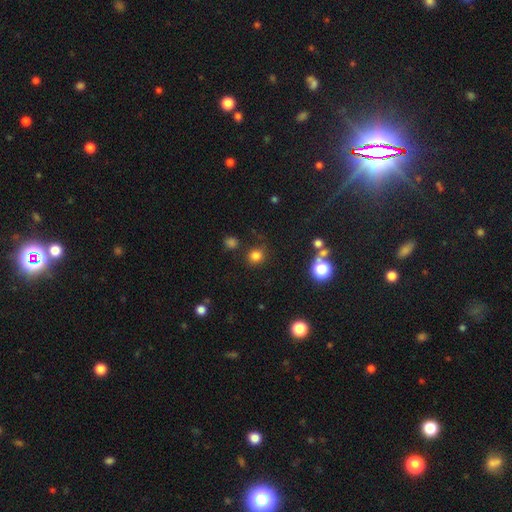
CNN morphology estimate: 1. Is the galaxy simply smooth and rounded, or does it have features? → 78% smooth, 17% star or artifact, 5% featured or disk.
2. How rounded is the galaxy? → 87% round, 12% in between, 1% cigar-shaped.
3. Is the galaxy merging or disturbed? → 84% none, 9% minor disturbance, 4% major disturbance, 3% merger.